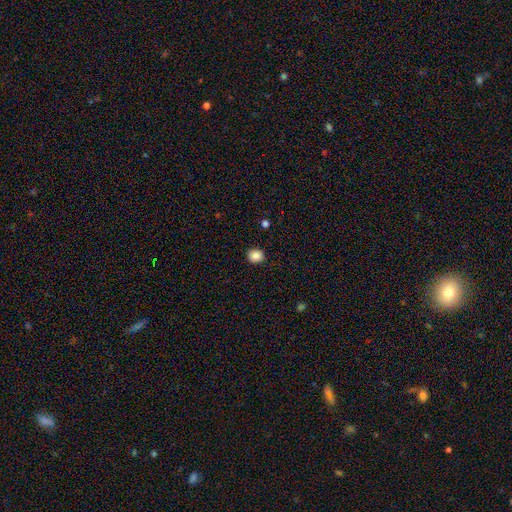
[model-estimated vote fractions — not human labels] smooth 87%, star or artifact 10%, featured or disk 3%. Down the decision tree: how rounded — round (81%); merging — none (90%).